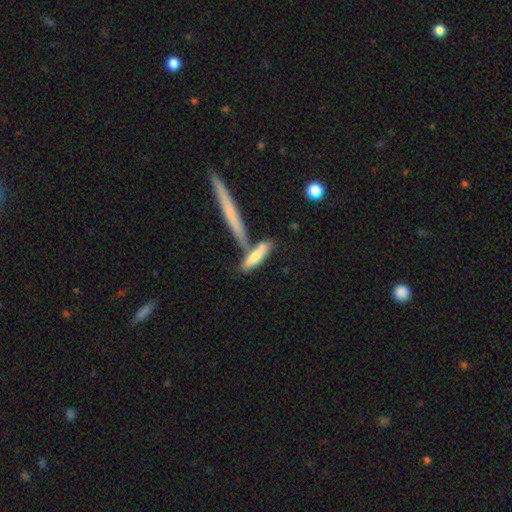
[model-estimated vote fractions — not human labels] Smooth or featured: smooth — 70% (featured or disk — 24%)
How rounded: cigar-shaped — 78% (in between — 19%)
Merging: none — 50% (merger — 32%)